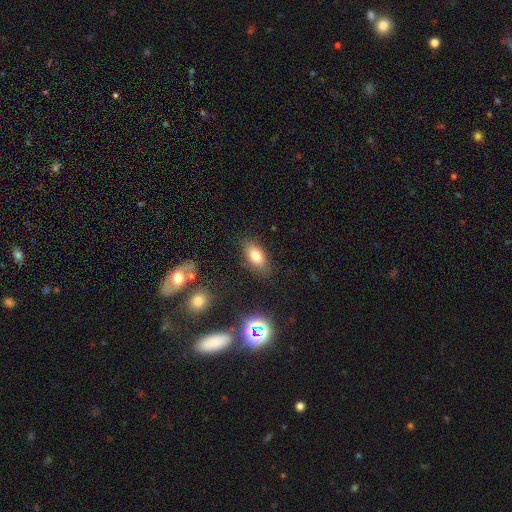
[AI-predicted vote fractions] A smooth galaxy with no disk features (79%) that is in between round and cigar-shaped (88%). Merging: none (82%).